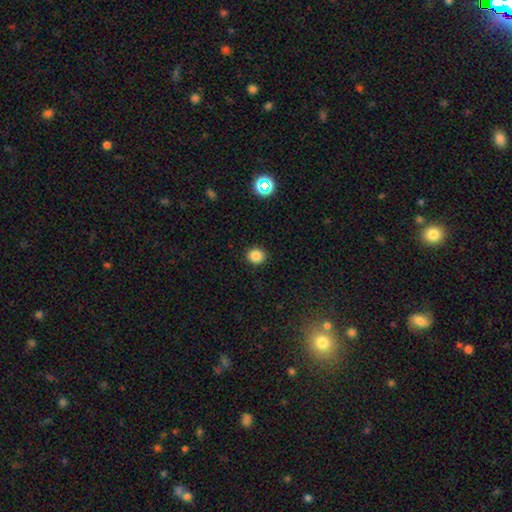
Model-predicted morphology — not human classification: type=smooth (85%); roundness=round (84%); merging=none (91%).